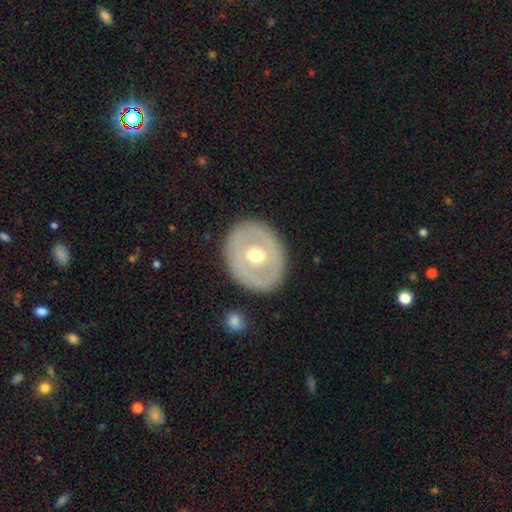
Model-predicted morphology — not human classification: Smooth or featured? featured or disk (58%)
Edge-on disk? no (94%)
Bar? no (71%)
Spiral arms? no (82%)
Bulge size? moderate (76%)
Merging? none (84%)